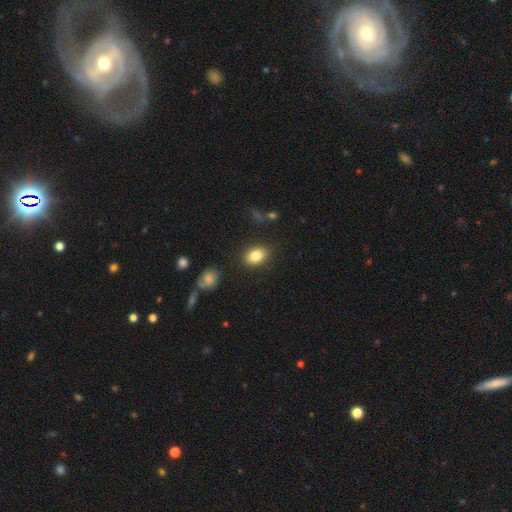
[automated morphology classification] This is clearly a smooth galaxy (84%). How rounded: clearly in between (80%). Merging: clearly none (85%).